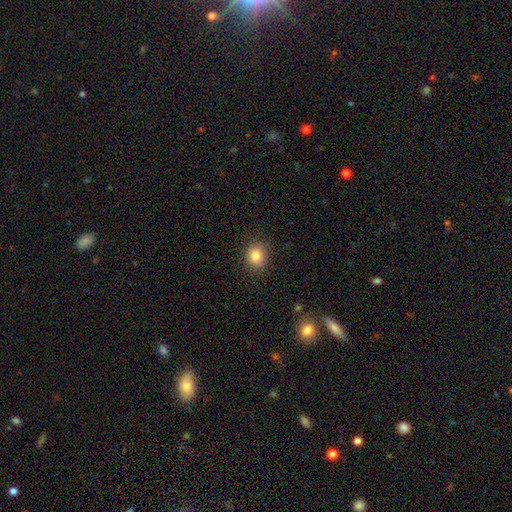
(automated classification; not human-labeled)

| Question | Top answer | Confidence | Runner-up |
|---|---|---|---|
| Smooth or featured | smooth | 83% | star or artifact (10%) |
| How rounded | round | 71% | in between (29%) |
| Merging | none | 88% | minor disturbance (9%) |